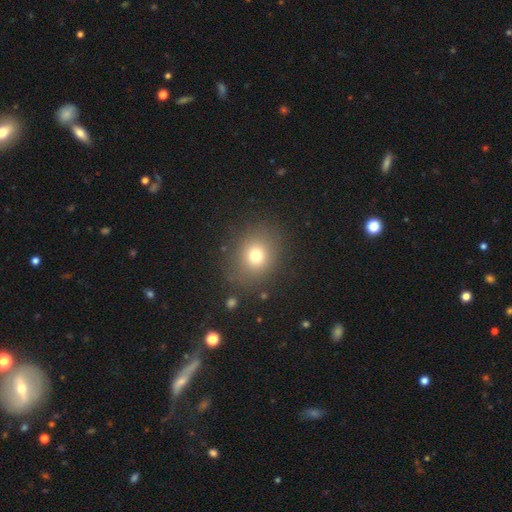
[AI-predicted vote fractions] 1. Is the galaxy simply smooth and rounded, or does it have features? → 73% smooth, 16% star or artifact, 11% featured or disk.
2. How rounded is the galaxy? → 68% round, 31% in between, 1% cigar-shaped.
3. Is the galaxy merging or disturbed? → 83% none, 10% minor disturbance, 5% major disturbance, 2% merger.